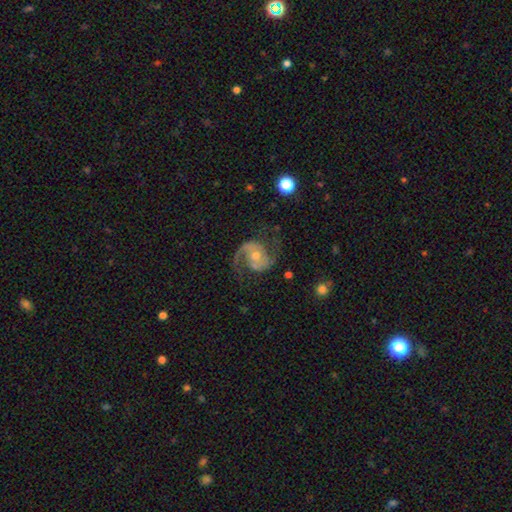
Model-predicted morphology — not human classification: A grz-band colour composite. It shows a featured or disk galaxy (88%) with no bar (64%), 2 (91%) medium (56%) spiral arms (97%) and a moderate central bulge (59%). Merging: none (73%).